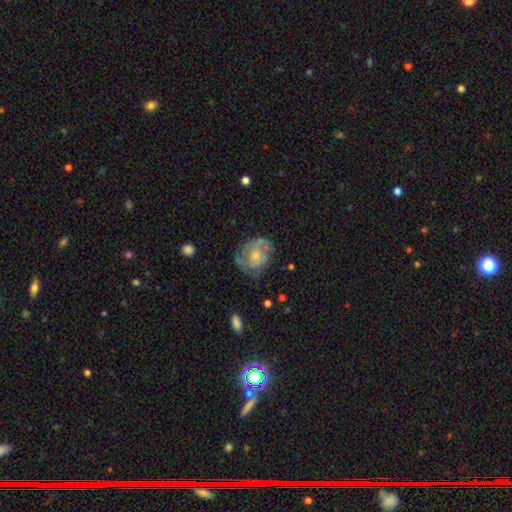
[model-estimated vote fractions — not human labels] Overall: featured or disk (61%; smooth 32%). Edge-on disk: no (98%). Bar: no (81%). Spiral arms: yes (61%; no 39%). Bulge size: small (49%; moderate 33%). Merging: none (58%; minor disturbance 24%).